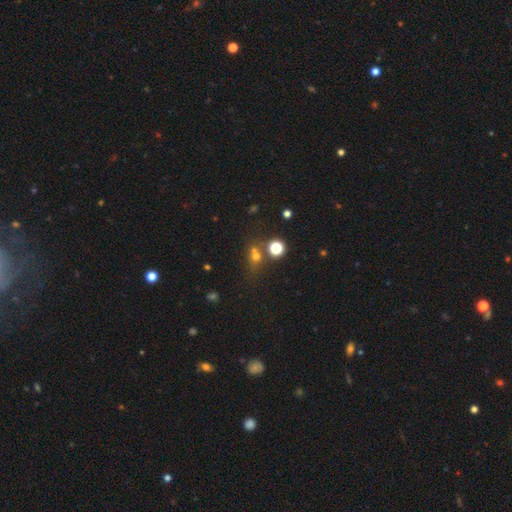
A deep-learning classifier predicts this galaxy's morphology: A smooth galaxy with no disk features (57%) that is round (69%).

Vote fractions:
- Smooth or featured? smooth: 57% / star or artifact: 30% / featured or disk: 12%
- How rounded? round: 69% / in between: 28% / cigar-shaped: 3%
- Merging? none: 57% / merger: 25% / minor disturbance: 11% / major disturbance: 6%